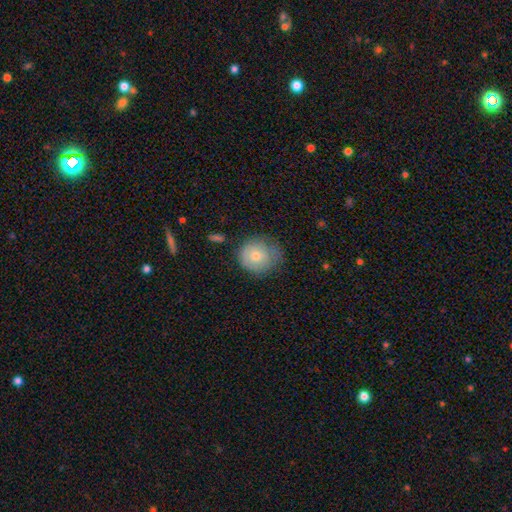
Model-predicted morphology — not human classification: The model was most divided on "merging": none: 61%, minor disturbance: 29%, major disturbance: 8%, merger: 2%. More confident: how rounded — round (82%); smooth or featured — smooth (70%).